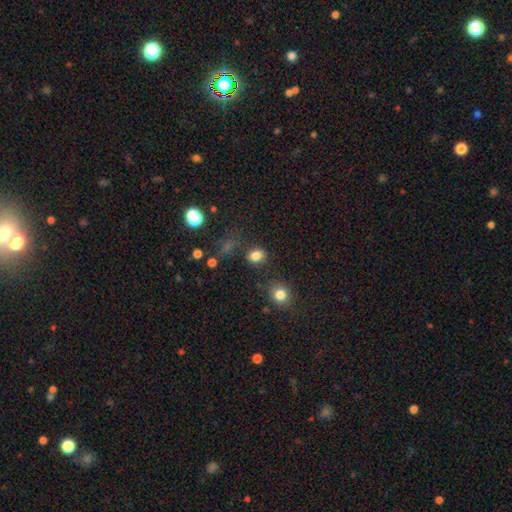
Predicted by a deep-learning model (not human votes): Morphology: type=smooth (82%); roundness=round (63%); merging=none (82%).